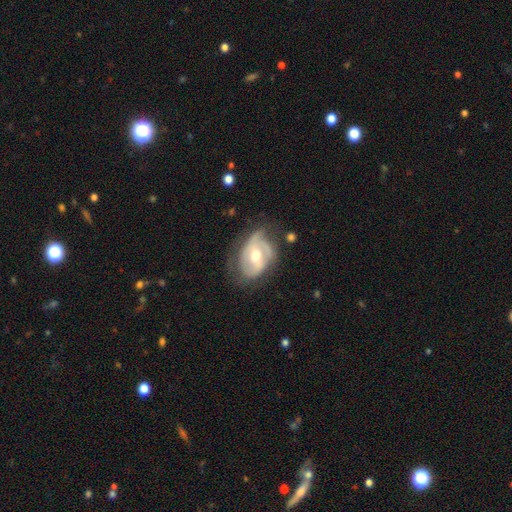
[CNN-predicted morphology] smooth-or-featured: featured or disk: 77% | smooth: 18% | star or artifact: 6%
  disk-edge-on: no: 96% | yes: 4%
    bar: weak: 42% | no: 39% | strong: 18%
    has-spiral-arms: yes: 83% | no: 17%
      spiral-winding: tight: 42% | medium: 38% | loose: 20%
      spiral-arm-count: 2: 41% | can't tell: 28% | 3: 17% | 1: 10% | 4: 3% | more than 4: 2%
    bulge-size: moderate: 69% | small: 25% | large: 4% | none: 1% | dominant: 1%
  merging: none: 47% | minor disturbance: 31% | major disturbance: 20% | merger: 2%